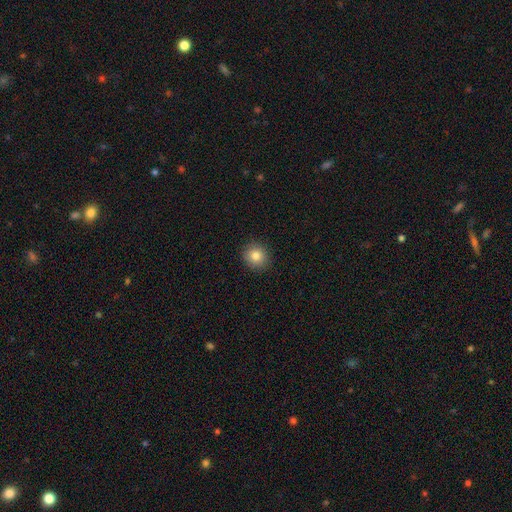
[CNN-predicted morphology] Smooth or featured: smooth — 82% (star or artifact — 10%)
How rounded: round — 86% (in between — 13%)
Merging: none — 90% (minor disturbance — 7%)